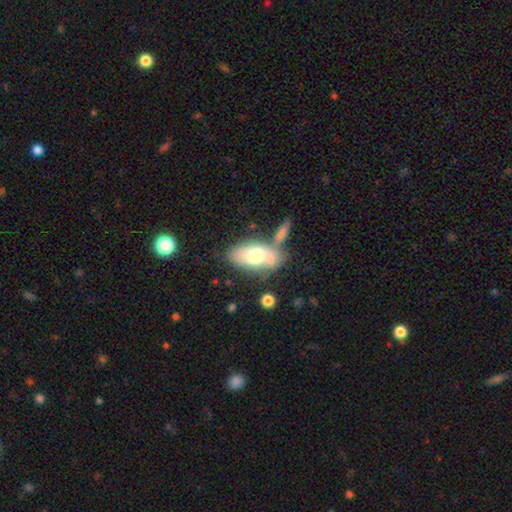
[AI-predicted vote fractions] Q: Smooth or featured?
A: smooth (64%); runner-up: featured or disk (29%)
Q: How rounded?
A: in between (91%); runner-up: cigar-shaped (5%)
Q: Merging?
A: none (51%); runner-up: merger (23%)